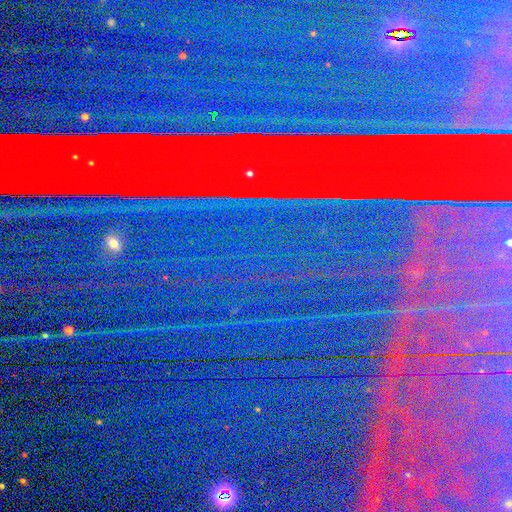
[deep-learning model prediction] smooth_or_featured: star or artifact (p=0.86) [alt: featured or disk p=0.07]